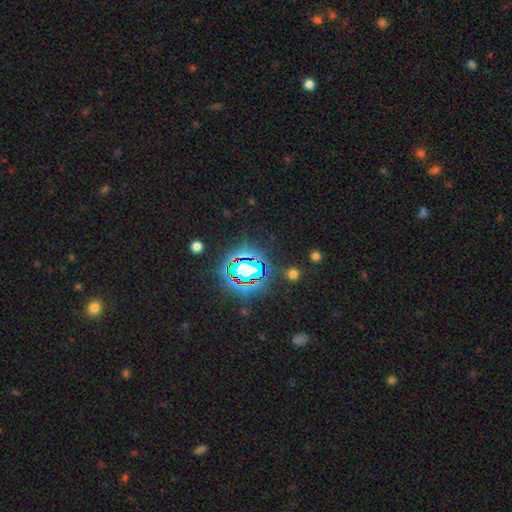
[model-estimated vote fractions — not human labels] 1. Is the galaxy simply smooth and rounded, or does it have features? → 79% star or artifact, 13% smooth, 8% featured or disk.